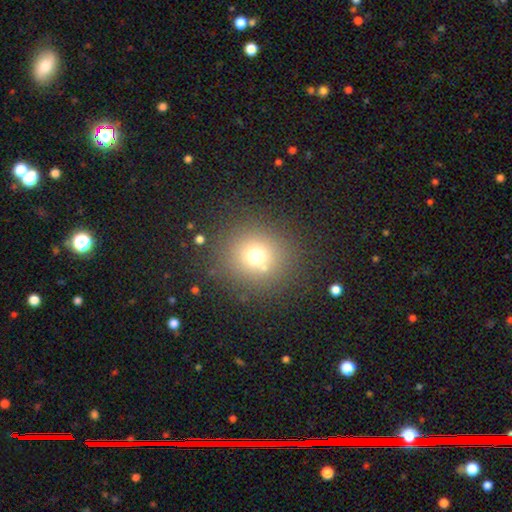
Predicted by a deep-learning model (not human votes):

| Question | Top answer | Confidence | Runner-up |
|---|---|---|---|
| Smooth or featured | smooth | 68% | star or artifact (21%) |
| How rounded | round | 91% | in between (8%) |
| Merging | none | 81% | minor disturbance (8%) |